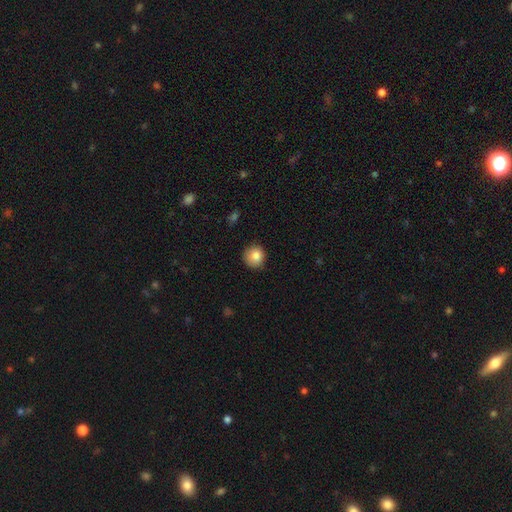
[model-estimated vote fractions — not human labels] Smooth or featured? smooth (84%)
How rounded? round (92%)
Merging? none (84%)